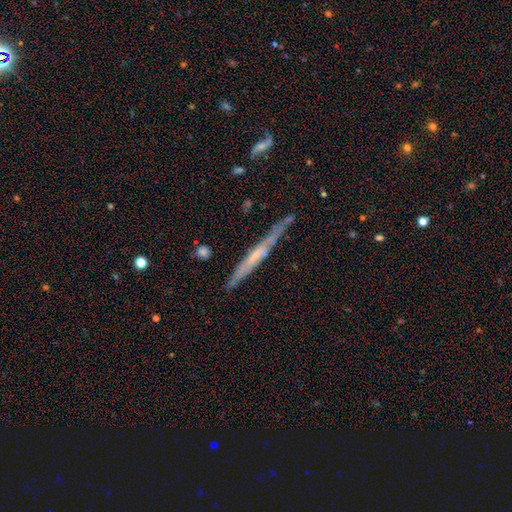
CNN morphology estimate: Overall: featured or disk (61%; smooth 32%). Edge-on disk: yes (94%). Edge-on bulge: none (68%). Merging: none (80%).